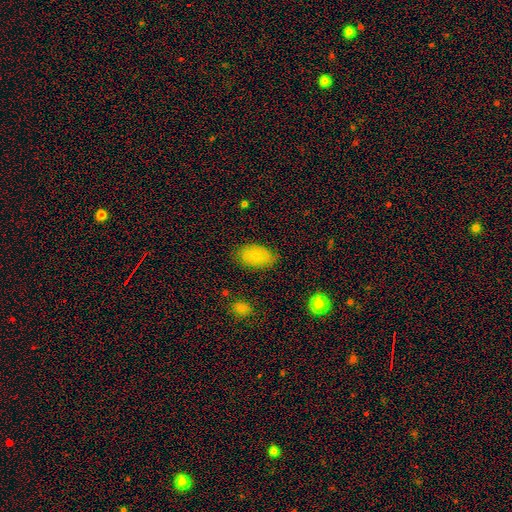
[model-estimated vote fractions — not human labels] Smooth or featured?
  - smooth: 82% *
  - featured or disk: 10%
  - star or artifact: 8%
How rounded?
  - in between: 94% *
  - round: 4%
  - cigar-shaped: 2%
Merging?
  - none: 82% *
  - minor disturbance: 13%
  - major disturbance: 3%
  - merger: 1%